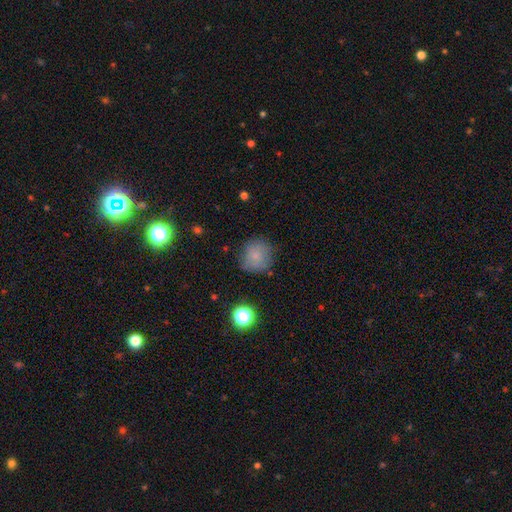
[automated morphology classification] smooth 80%, star or artifact 11%, featured or disk 10%. Down the decision tree: how rounded — round (89%); merging — none (74%).